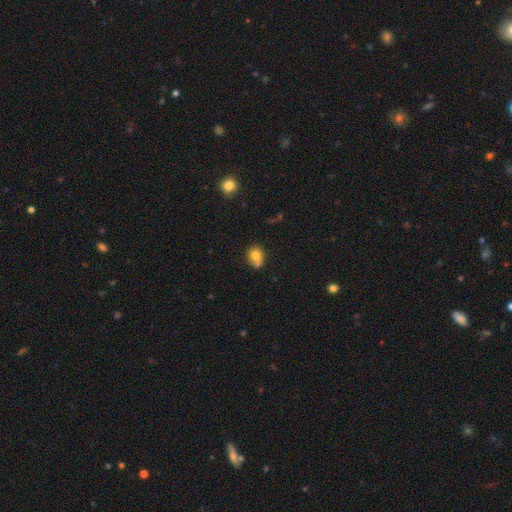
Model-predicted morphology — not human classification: Overall: smooth (74%). How rounded: round (62%; in between 37%). Merging: none (45%; merger 28%).